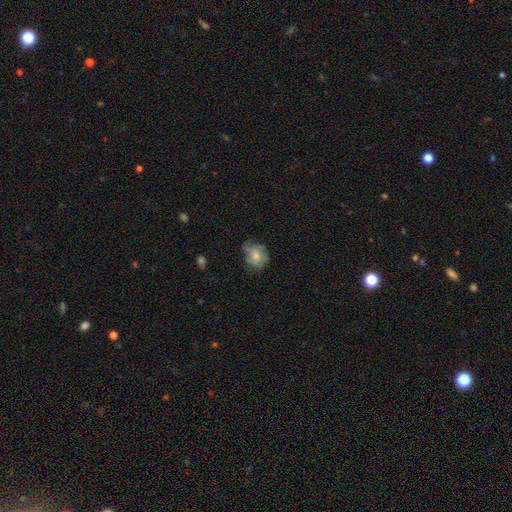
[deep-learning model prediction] Overall: smooth (66%). How rounded: round (64%; in between 35%). Merging: none (48%; minor disturbance 34%).